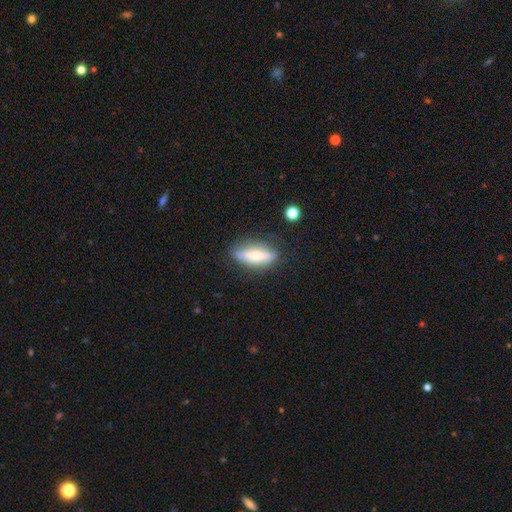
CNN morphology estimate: This is possibly a smooth galaxy (51%). How rounded: possibly cigar-shaped (49%). Merging: likely none (79%).